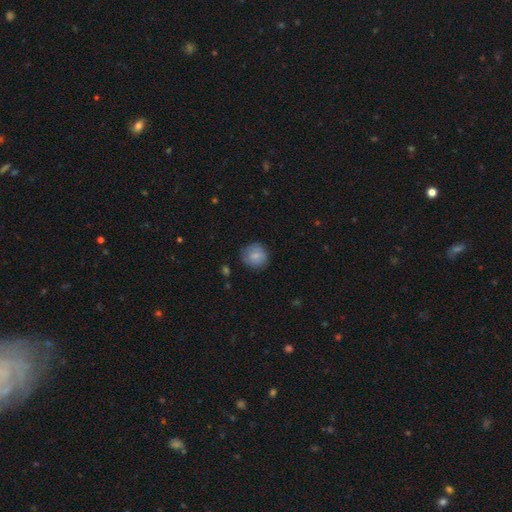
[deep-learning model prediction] smooth 80%, featured or disk 12%, star or artifact 8%. Down the decision tree: how rounded — round (89%); merging — none (78%).